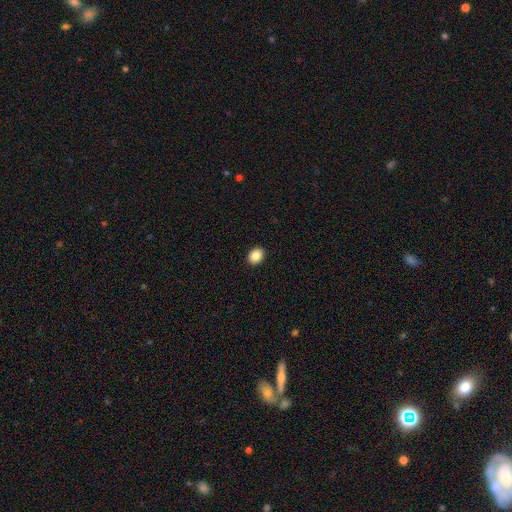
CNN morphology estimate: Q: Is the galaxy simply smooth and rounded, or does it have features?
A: smooth — 87%.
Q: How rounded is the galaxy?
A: in between — 54%.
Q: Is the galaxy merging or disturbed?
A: none — 92%.